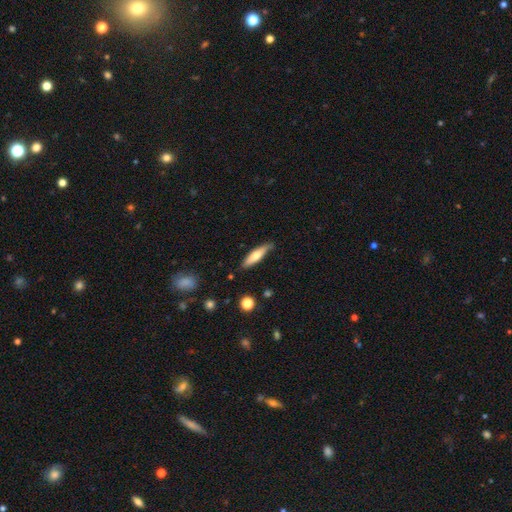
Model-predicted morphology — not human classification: type=smooth (65%); roundness=cigar-shaped (70%); merging=none (79%).